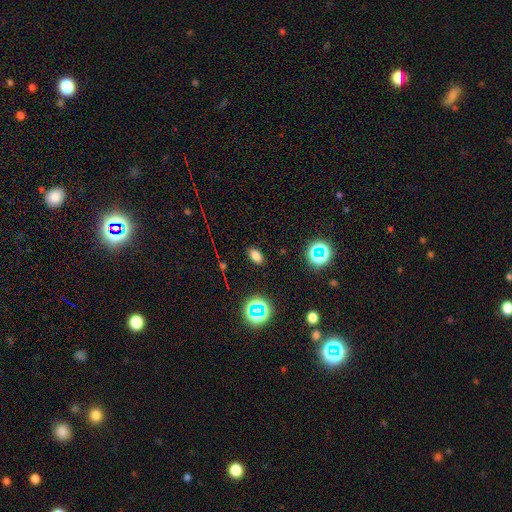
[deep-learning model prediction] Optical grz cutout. It shows a smooth galaxy with no disk features (74%) that is in between round and cigar-shaped (87%). Merging: none (88%).